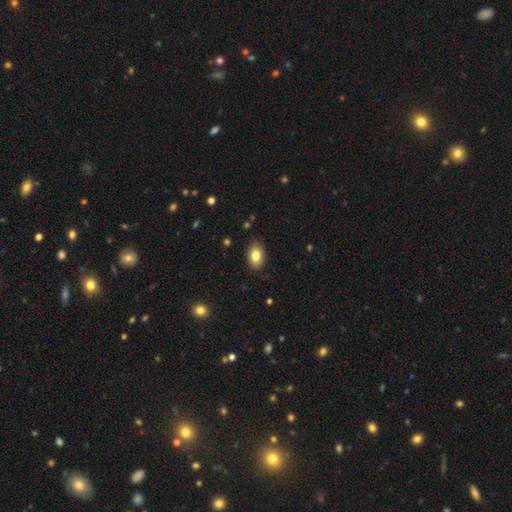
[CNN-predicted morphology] Smooth or featured: smooth — 82% (featured or disk — 10%)
How rounded: in between — 88% (round — 11%)
Merging: none — 85% (minor disturbance — 11%)